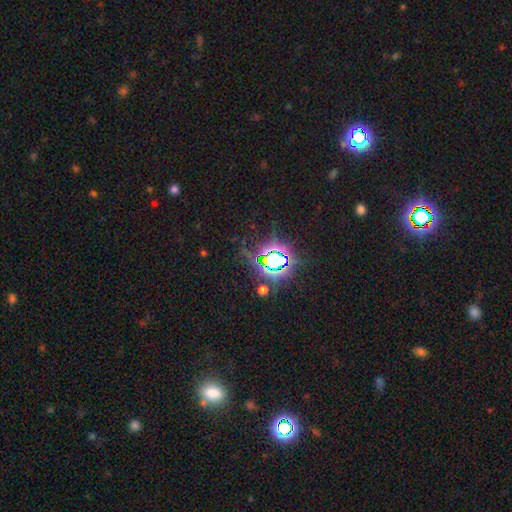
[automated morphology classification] This is clearly a star or artifact rather than a galaxy (82%).